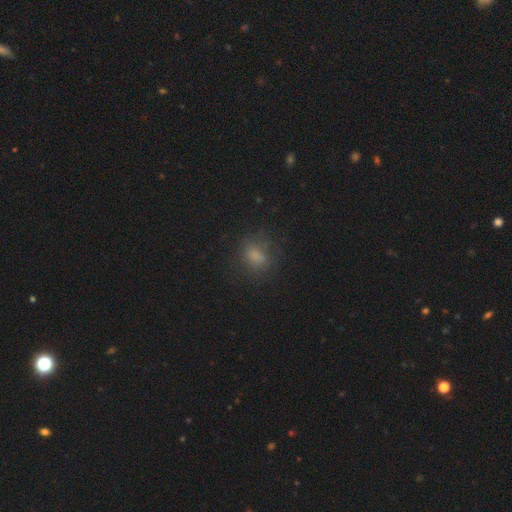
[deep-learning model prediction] Morphology: type=smooth (72%); roundness=in between (54%); merging=none (69%).